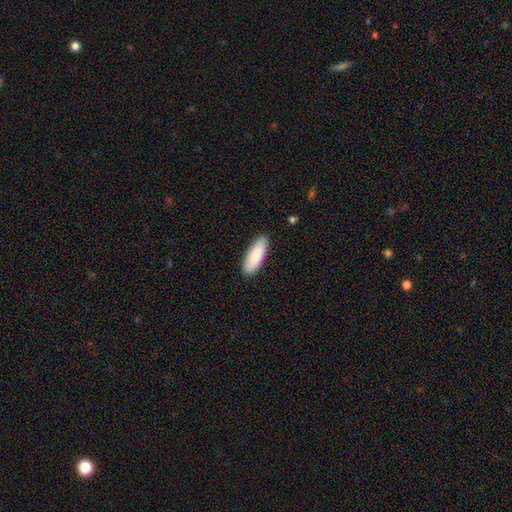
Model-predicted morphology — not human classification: Q: Smooth or featured?
A: smooth (87%); runner-up: featured or disk (8%)
Q: How rounded?
A: in between (63%); runner-up: cigar-shaped (35%)
Q: Merging?
A: none (88%); runner-up: minor disturbance (9%)